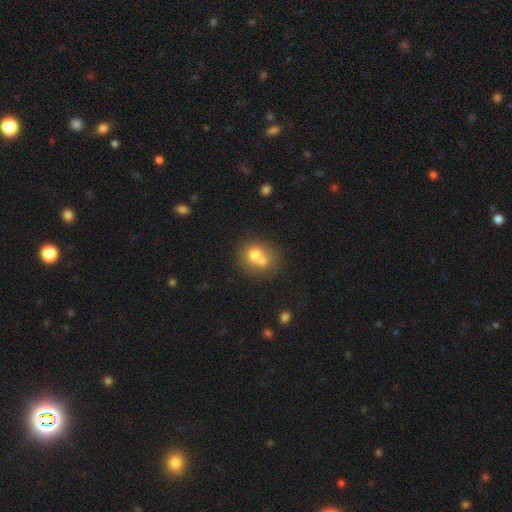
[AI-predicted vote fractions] Smooth or featured?
  - smooth: 68% *
  - featured or disk: 22%
  - star or artifact: 11%
How rounded?
  - round: 74% *
  - in between: 25%
  - cigar-shaped: 1%
Merging?
  - merger: 54% *
  - none: 33%
  - minor disturbance: 9%
  - major disturbance: 4%